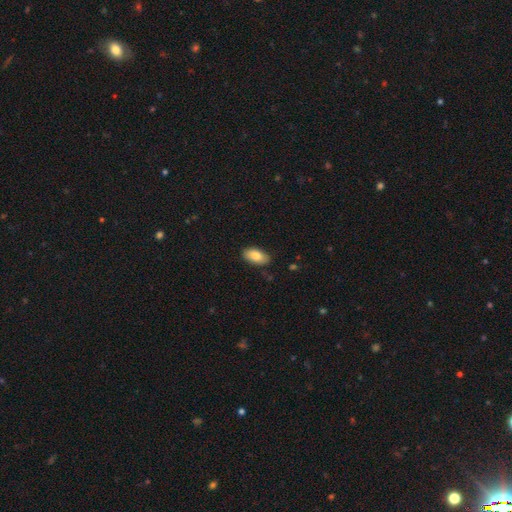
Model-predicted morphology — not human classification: Smooth or featured? Predicted: smooth (p=0.83). How rounded? Predicted: in between (p=0.93). Merging? Predicted: none (p=0.86).